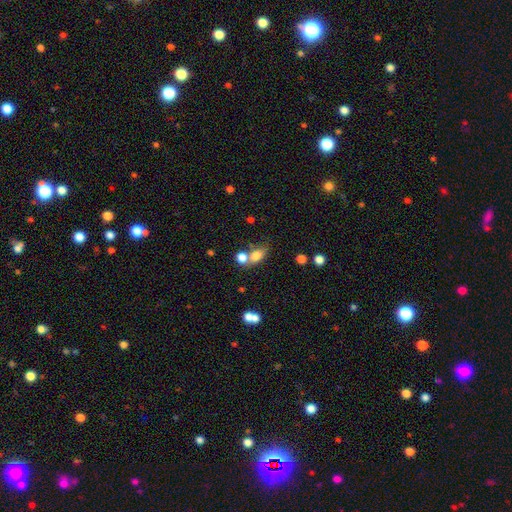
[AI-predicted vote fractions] The model was most divided on "merging" (2-way tie): merger: 40%, none: 40%, minor disturbance: 13%, major disturbance: 7%. More confident: smooth or featured — smooth (77%); how rounded — in between (73%).